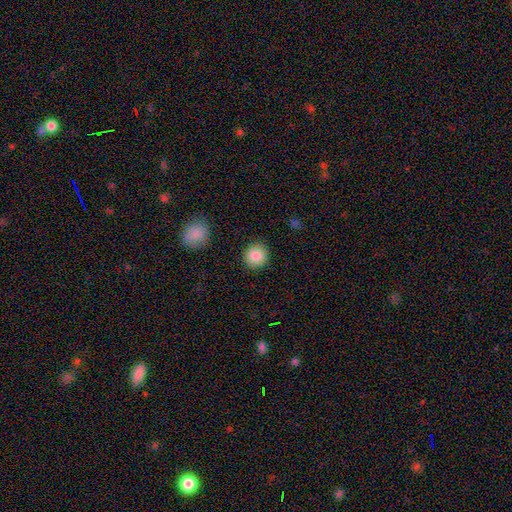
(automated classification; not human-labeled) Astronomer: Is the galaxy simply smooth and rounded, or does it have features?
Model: smooth — 87%.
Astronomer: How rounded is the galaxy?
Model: round — 90%.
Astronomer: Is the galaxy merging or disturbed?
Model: none — 90%.